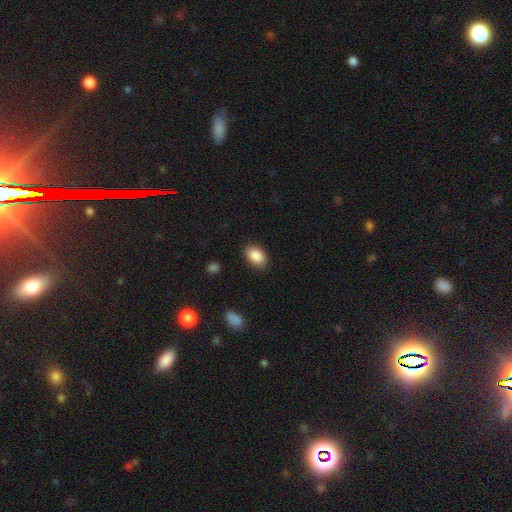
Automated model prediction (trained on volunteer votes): Morphology: type=smooth (89%); roundness=in between (87%); merging=none (86%).